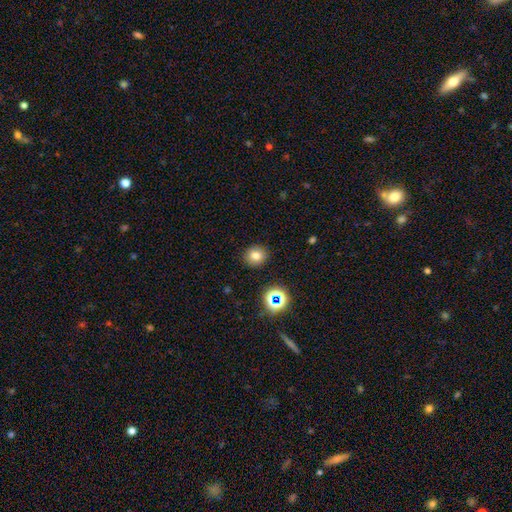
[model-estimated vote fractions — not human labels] A smooth galaxy with no disk features (75%) that is round (82%).

Vote fractions:
- Smooth or featured? smooth: 75% / star or artifact: 17% / featured or disk: 9%
- How rounded? round: 82% / in between: 17% / cigar-shaped: 1%
- Merging? none: 89% / minor disturbance: 7% / major disturbance: 2% / merger: 2%